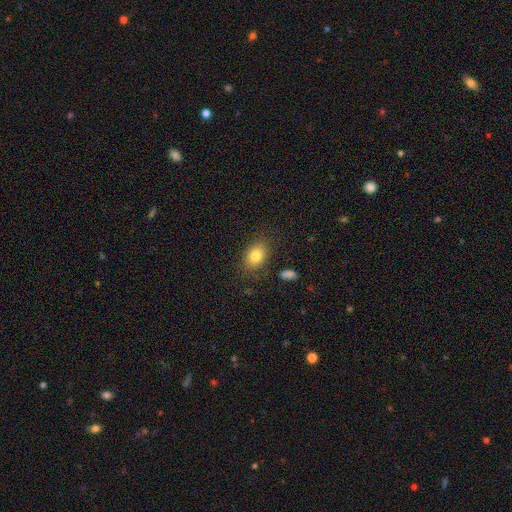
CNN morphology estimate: Smooth or featured: smooth — 80% (featured or disk — 10%)
How rounded: in between — 71% (round — 27%)
Merging: none — 80% (minor disturbance — 13%)